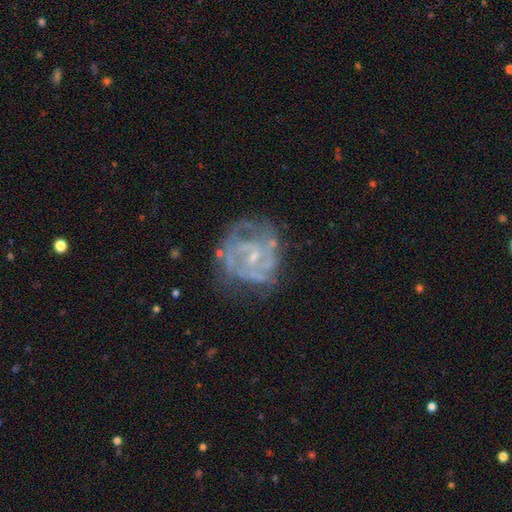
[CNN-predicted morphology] A featured or disk galaxy (77%) with no bar (56%), tight (54%) spiral arms (83%) and a small central bulge (72%). Merging: none (67%).